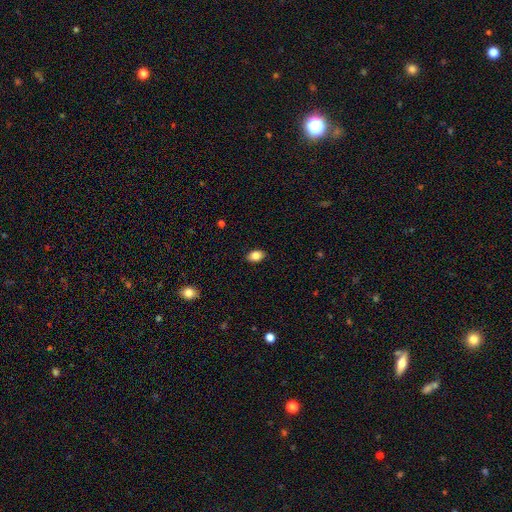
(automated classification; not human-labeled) smooth-or-featured: smooth: 85% | star or artifact: 8% | featured or disk: 7%
  how-rounded: in between: 83% | round: 15% | cigar-shaped: 1%
  merging: none: 88% | minor disturbance: 9% | major disturbance: 2% | merger: 1%